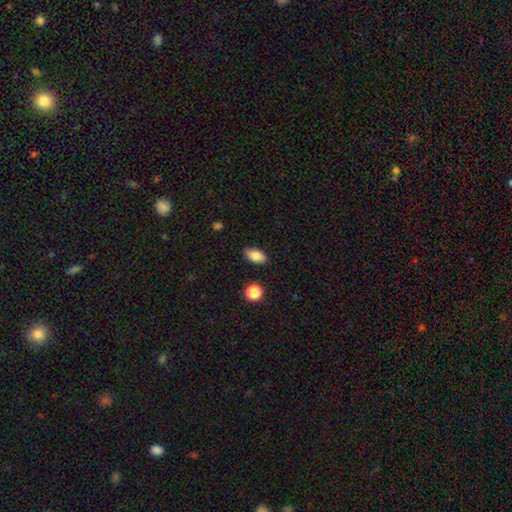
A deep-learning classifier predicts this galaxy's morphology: A smooth galaxy with no disk features (85%) that is in between round and cigar-shaped (90%).

Vote fractions:
- Smooth or featured? smooth: 85% / star or artifact: 8% / featured or disk: 7%
- How rounded? in between: 90% / round: 6% / cigar-shaped: 4%
- Merging? none: 86% / minor disturbance: 10% / major disturbance: 2% / merger: 2%